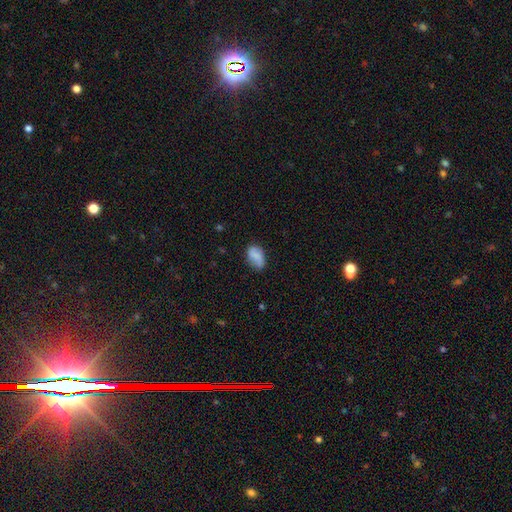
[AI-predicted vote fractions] This appears to be a smooth galaxy with no disk features (74%) that is in between round and cigar-shaped (87%). Merging: none (60%).